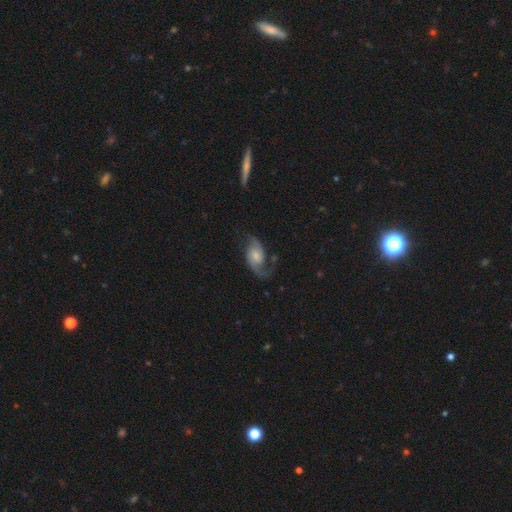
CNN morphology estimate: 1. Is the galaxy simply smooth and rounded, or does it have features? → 83% featured or disk, 11% smooth, 6% star or artifact.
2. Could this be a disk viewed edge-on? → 97% no, 3% yes.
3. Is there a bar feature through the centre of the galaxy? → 59% no, 34% weak, 7% strong.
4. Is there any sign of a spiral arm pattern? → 96% yes, 4% no.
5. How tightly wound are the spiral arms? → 49% loose, 41% medium, 11% tight.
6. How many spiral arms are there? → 90% 2, 4% 1, 3% can't tell, 1% 3, 1% 4, 1% more than 4.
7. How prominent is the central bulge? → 35% moderate, 34% small, 15% none, 13% large, 3% dominant.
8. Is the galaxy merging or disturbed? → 68% none, 18% minor disturbance, 12% major disturbance, 2% merger.